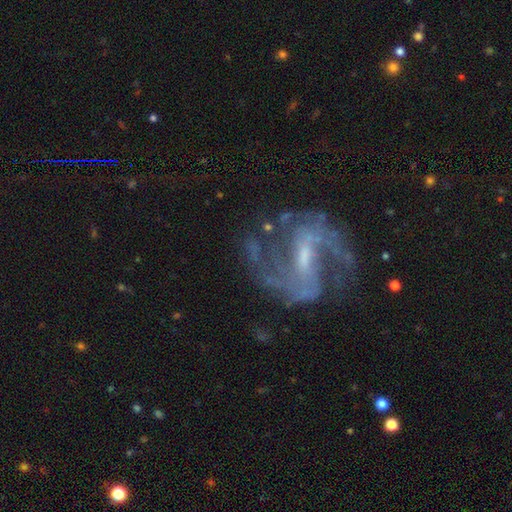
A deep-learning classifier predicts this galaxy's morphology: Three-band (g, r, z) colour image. It shows a featured or disk galaxy (89%) with a weak bar (52%), 2 (75%) medium (56%) spiral arms (97%) and a small central bulge (51%). Merging: none (69%).